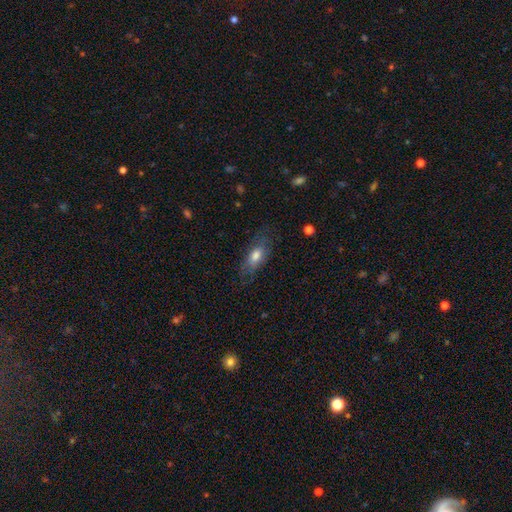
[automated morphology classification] smooth-or-featured: smooth: 68% | featured or disk: 26% | star or artifact: 7%
  how-rounded: in between: 76% | cigar-shaped: 21% | round: 3%
  merging: none: 72% | minor disturbance: 19% | major disturbance: 7% | merger: 1%